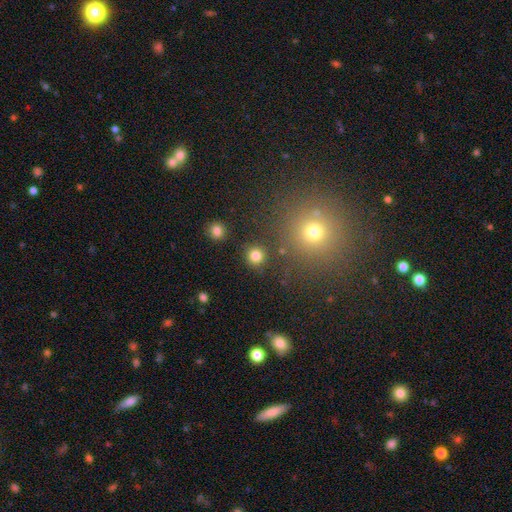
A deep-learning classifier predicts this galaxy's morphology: A smooth galaxy with no disk features (82%) that is round (94%).

Vote fractions:
- Smooth or featured? smooth: 82% / star or artifact: 14% / featured or disk: 4%
- How rounded? round: 94% / in between: 5% / cigar-shaped: 1%
- Merging? none: 89% / minor disturbance: 5% / merger: 3% / major disturbance: 2%